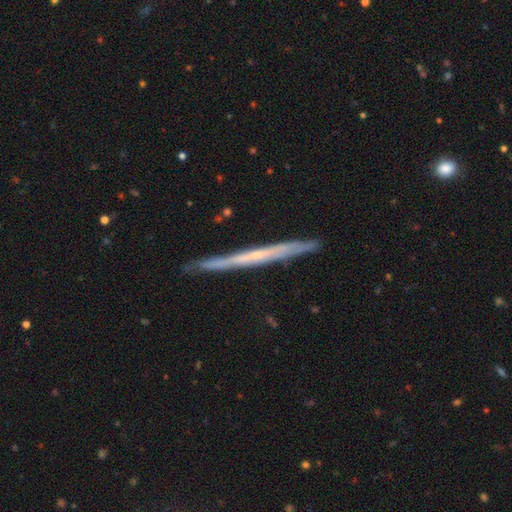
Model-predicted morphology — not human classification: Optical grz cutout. It shows a featured or disk galaxy (71%) viewed edge-on (96%) with no central bulge (73%). Merging: none (87%).